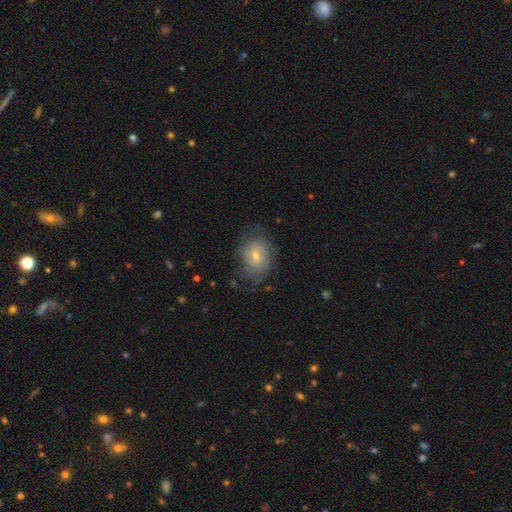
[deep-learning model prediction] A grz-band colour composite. It shows a featured or disk galaxy (64%) with a weak bar (48%), tight (53%) spiral arms (84%) and a small central bulge (54%). Merging: none (61%).